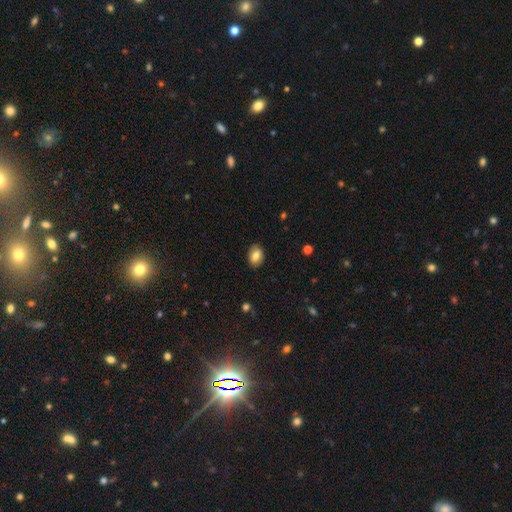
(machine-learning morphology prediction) Q: Smooth or featured?
A: smooth (79%); runner-up: featured or disk (13%)
Q: How rounded?
A: in between (80%); runner-up: round (19%)
Q: Merging?
A: none (87%); runner-up: minor disturbance (10%)